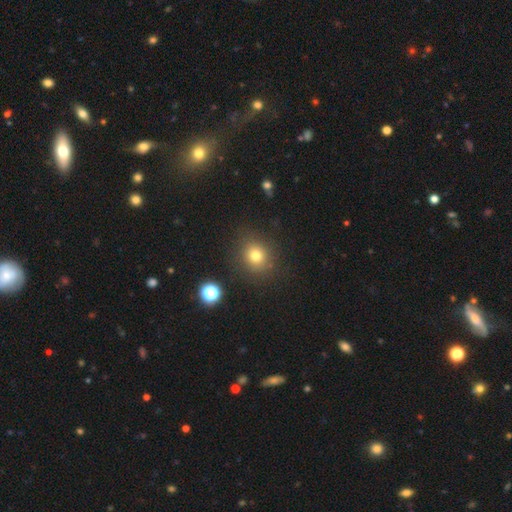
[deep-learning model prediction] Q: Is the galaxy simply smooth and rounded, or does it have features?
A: smooth — 77%.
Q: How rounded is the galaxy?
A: round — 83%.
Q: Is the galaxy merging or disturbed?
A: none — 85%.